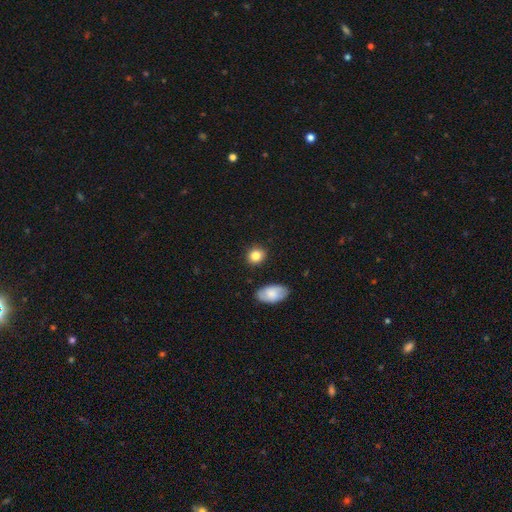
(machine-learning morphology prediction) type=smooth (84%); roundness=round (66%); merging=none (85%).